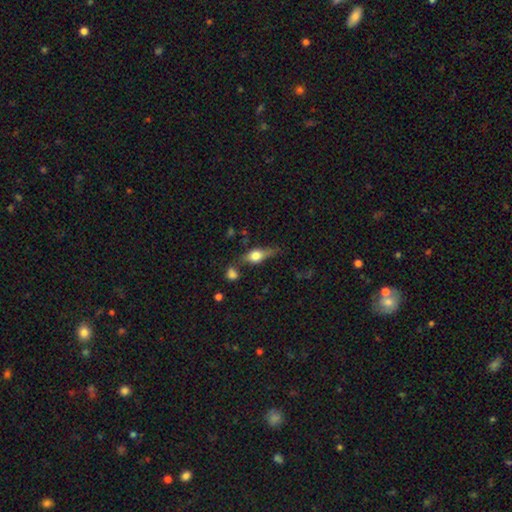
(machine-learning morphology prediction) This is possibly a smooth galaxy (53%). How rounded: likely in between (60%). Merging: possibly none (54%).